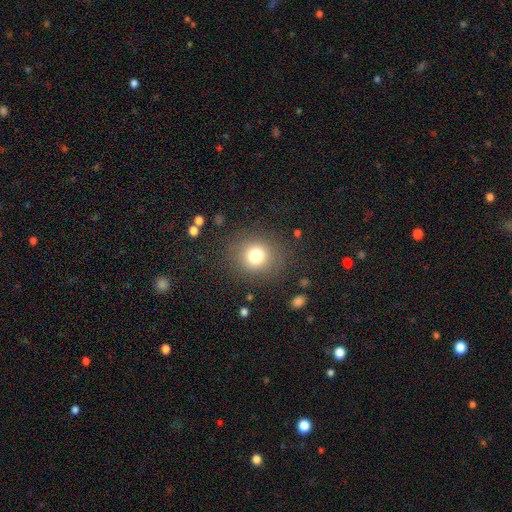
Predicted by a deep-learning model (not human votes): smooth_or_featured: smooth (p=0.77) [alt: star or artifact p=0.14]
how_rounded: round (p=0.85) [alt: in between p=0.14]
merging: none (p=0.85) [alt: minor disturbance p=0.08]